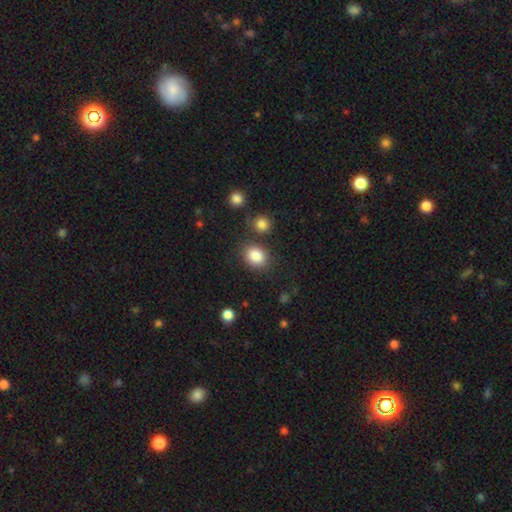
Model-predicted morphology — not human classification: Q: Smooth or featured?
A: smooth (86%); runner-up: star or artifact (9%)
Q: How rounded?
A: round (57%); runner-up: in between (42%)
Q: Merging?
A: none (77%); runner-up: minor disturbance (11%)